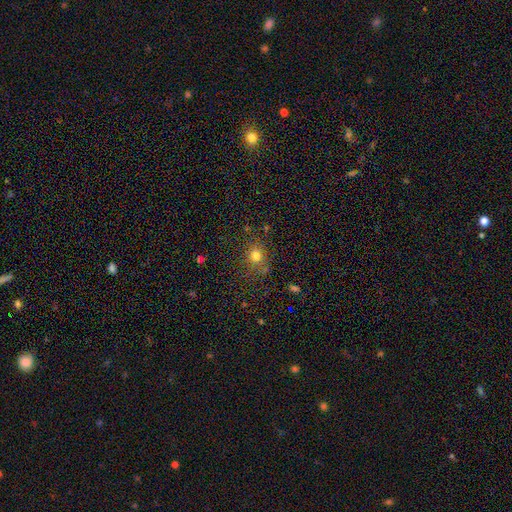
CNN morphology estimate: smooth_or_featured: smooth (p=0.75) [alt: star or artifact p=0.17]
how_rounded: round (p=0.78) [alt: in between p=0.21]
merging: none (p=0.77) [alt: minor disturbance p=0.14]